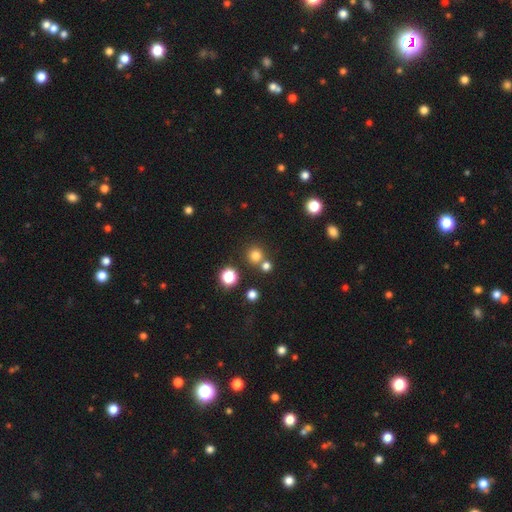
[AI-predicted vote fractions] A smooth galaxy with no disk features (75%) that is round (92%). Merging: none (71%).